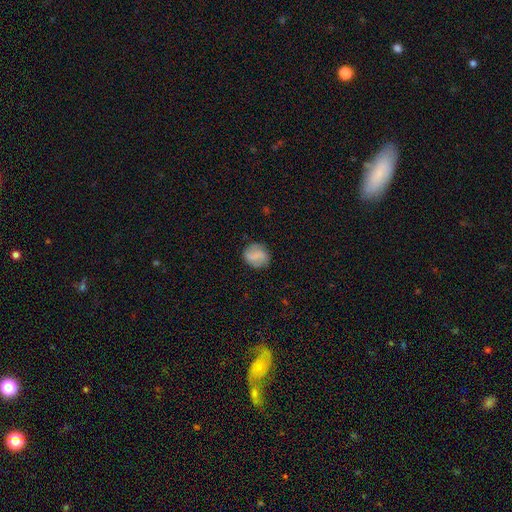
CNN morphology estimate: smooth_or_featured: smooth (p=0.56) [alt: featured or disk p=0.36]
how_rounded: round (p=0.73) [alt: in between p=0.26]
merging: none (p=0.81) [alt: minor disturbance p=0.13]